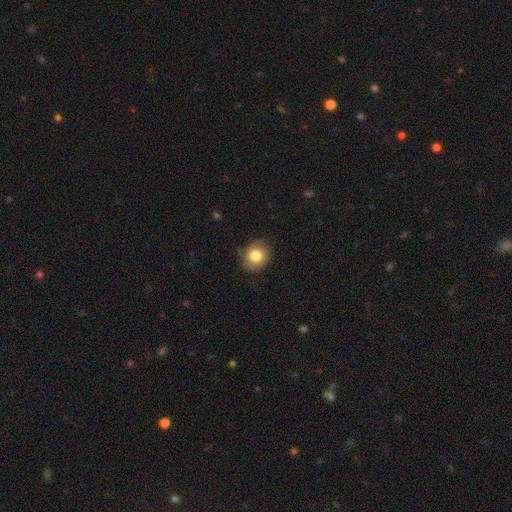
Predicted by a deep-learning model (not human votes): Q: Smooth or featured?
A: smooth (80%); runner-up: featured or disk (11%)
Q: How rounded?
A: round (68%); runner-up: in between (31%)
Q: Merging?
A: none (85%); runner-up: minor disturbance (12%)